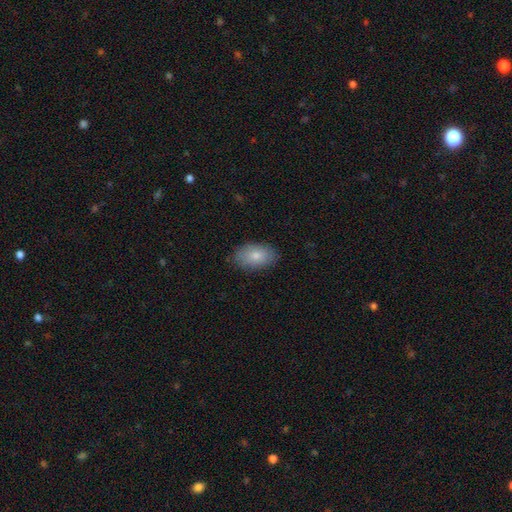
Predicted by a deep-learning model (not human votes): The model was most divided on "smooth or featured": smooth: 81%, featured or disk: 12%, star or artifact: 7%. More confident: how rounded — in between (93%); merging — none (84%).